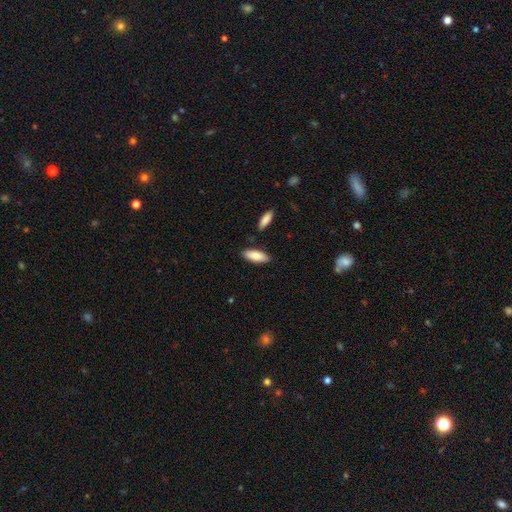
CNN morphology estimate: The model was most divided on "how rounded": in between: 76%, cigar-shaped: 23%, round: 2%. More confident: smooth or featured — smooth (84%); merging — none (84%).